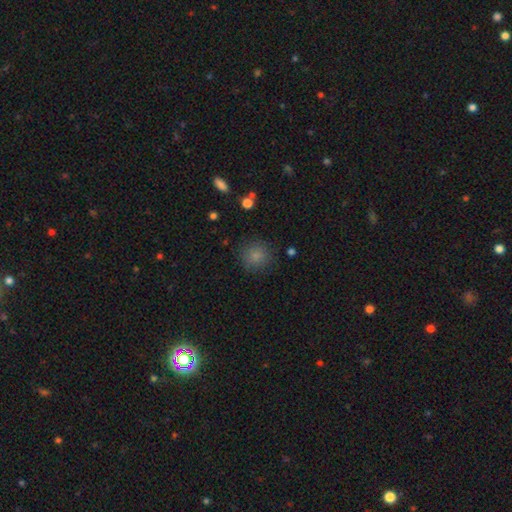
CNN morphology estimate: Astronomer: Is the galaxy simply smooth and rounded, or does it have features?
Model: smooth — 82%.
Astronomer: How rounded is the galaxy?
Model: round — 90%.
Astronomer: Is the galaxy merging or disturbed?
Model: none — 84%.